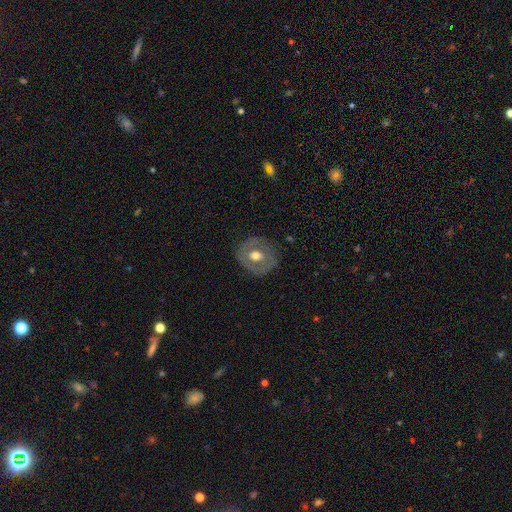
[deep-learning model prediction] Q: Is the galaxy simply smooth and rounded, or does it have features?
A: featured or disk — 55%.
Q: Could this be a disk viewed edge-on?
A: no — 95%.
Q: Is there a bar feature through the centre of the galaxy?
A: no — 71%.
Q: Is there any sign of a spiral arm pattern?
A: no — 73%.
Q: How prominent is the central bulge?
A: moderate — 77%.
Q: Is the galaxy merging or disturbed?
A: none — 79%.